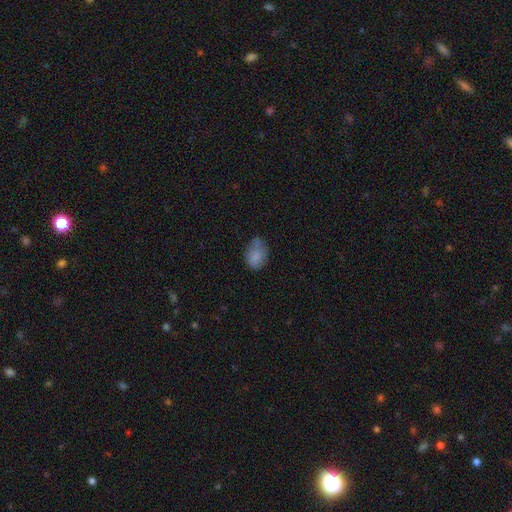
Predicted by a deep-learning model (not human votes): smooth 80%, featured or disk 11%, star or artifact 9%. Down the decision tree: how rounded — in between (73%); merging — none (49%).